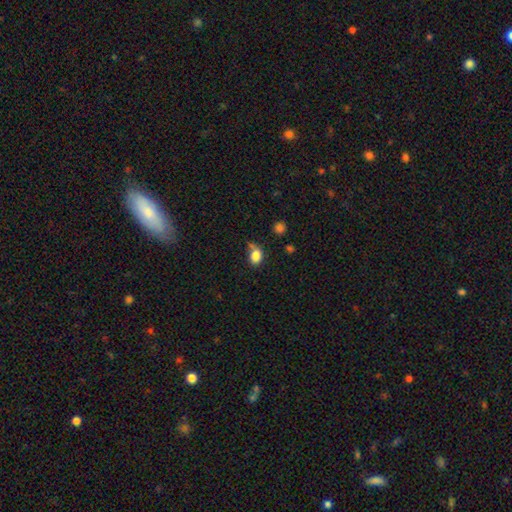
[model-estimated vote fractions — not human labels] Smooth or featured? smooth (83%)
How rounded? in between (65%)
Merging? none (55%)